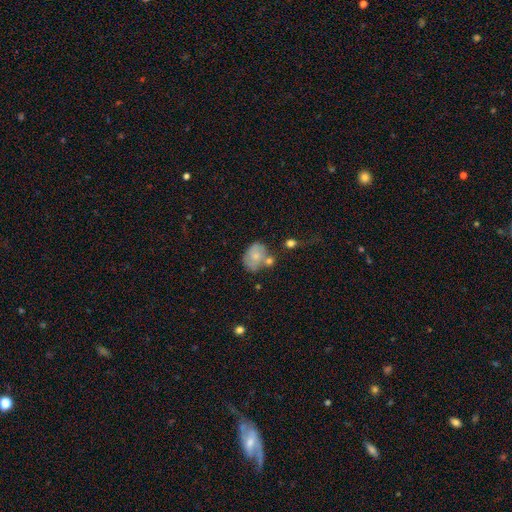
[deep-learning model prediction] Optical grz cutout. It shows a smooth galaxy with no disk features (60%) that is in between round and cigar-shaped (57%). Merging: none (43%).